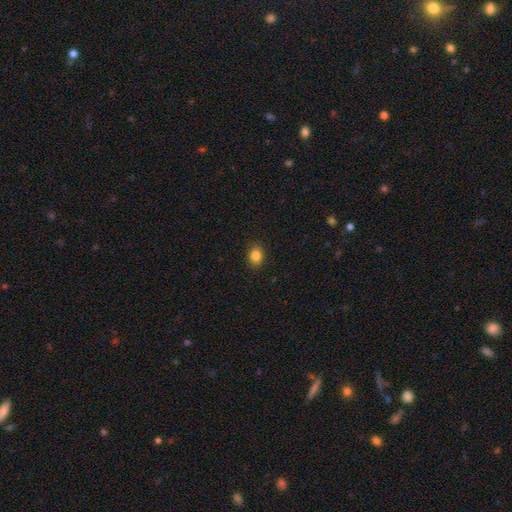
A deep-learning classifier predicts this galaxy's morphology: type=smooth (85%); roundness=in between (57%); merging=none (89%).